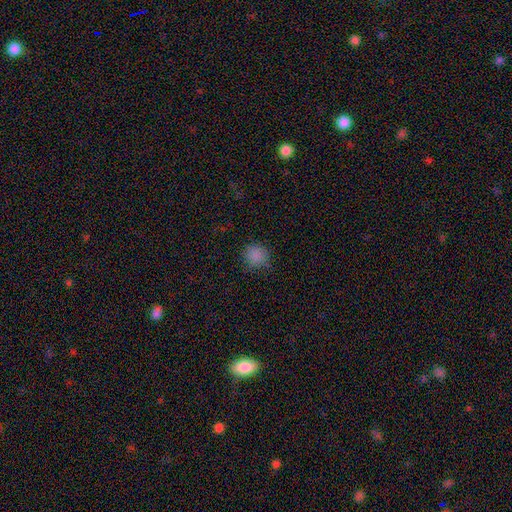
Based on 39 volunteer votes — Overall: smooth (87%). How rounded: round (94%). Merging: none (86%).